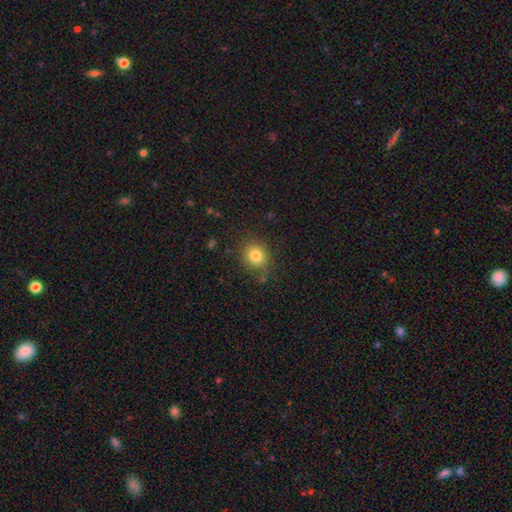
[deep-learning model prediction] This is clearly a smooth galaxy (81%). How rounded: likely round (79%). Merging: likely none (77%).